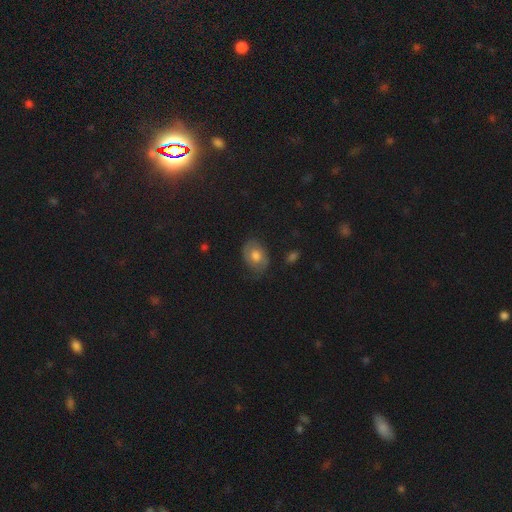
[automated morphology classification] Smooth or featured?
  - smooth: 55% *
  - featured or disk: 36%
  - star or artifact: 9%
How rounded?
  - in between: 71% *
  - round: 28%
  - cigar-shaped: 1%
Merging?
  - none: 71% *
  - minor disturbance: 21%
  - major disturbance: 7%
  - merger: 1%